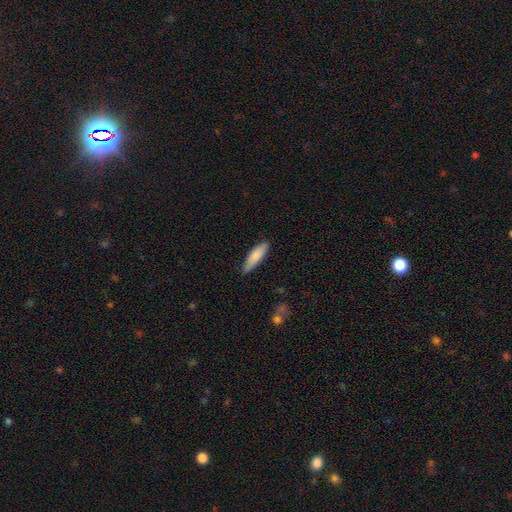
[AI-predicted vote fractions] Smooth or featured? Predicted: smooth (p=0.83). How rounded? Predicted: cigar-shaped (p=0.66). Merging? Predicted: none (p=0.82).